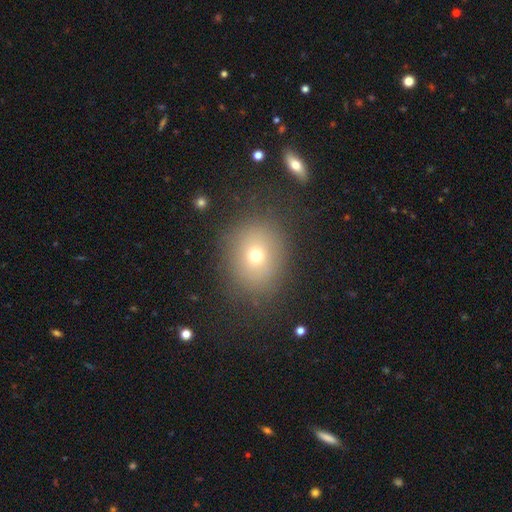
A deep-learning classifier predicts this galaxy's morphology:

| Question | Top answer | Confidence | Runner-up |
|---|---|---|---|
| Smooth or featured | smooth | 67% | star or artifact (17%) |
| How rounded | round | 62% | in between (37%) |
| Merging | none | 78% | minor disturbance (12%) |